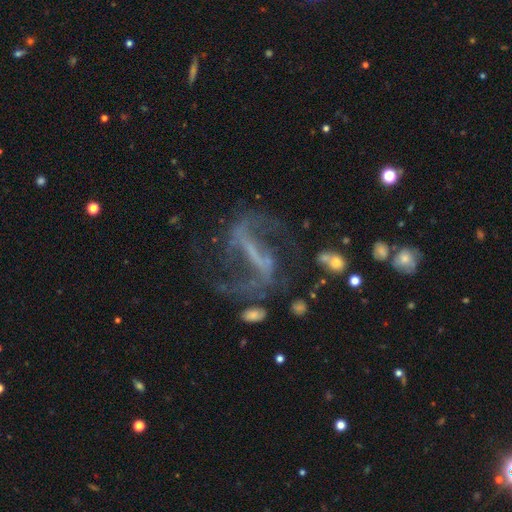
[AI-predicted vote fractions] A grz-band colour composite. It shows a featured or disk galaxy (80%) with a strong bar (73%), 2 (87%) loose (59%) spiral arms (83%) and no central bulge (63%). Merging: none (56%).